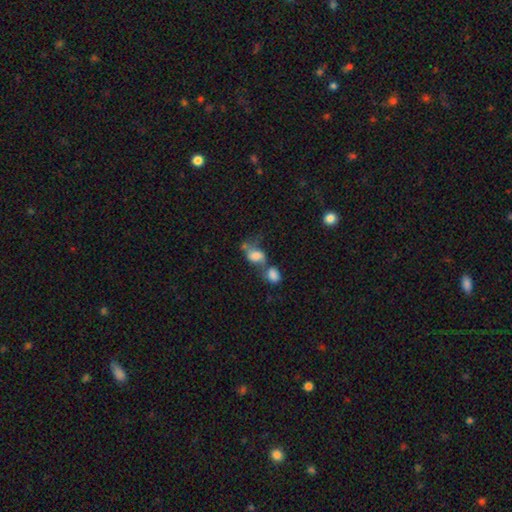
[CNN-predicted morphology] Q: Smooth or featured?
A: smooth (68%); runner-up: featured or disk (22%)
Q: How rounded?
A: in between (76%); runner-up: round (22%)
Q: Merging?
A: merger (55%); runner-up: none (19%)